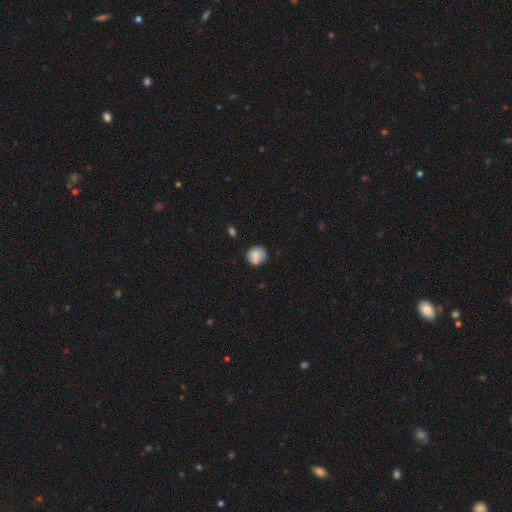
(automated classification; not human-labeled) Smooth or featured? Predicted: smooth (p=0.77). How rounded? Predicted: round (p=0.84). Merging? Predicted: none (p=0.65).